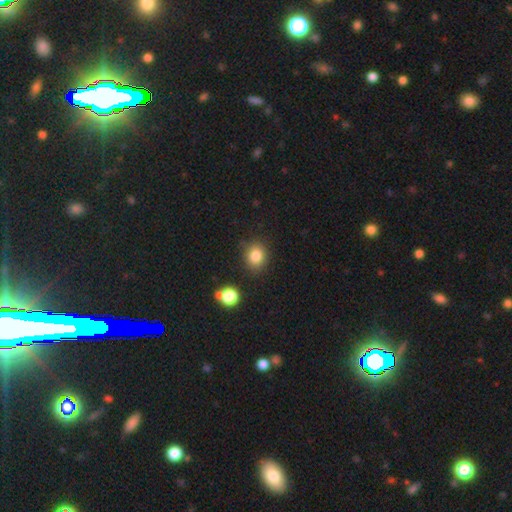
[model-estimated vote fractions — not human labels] Smooth or featured? smooth (82%)
How rounded? round (70%)
Merging? none (84%)